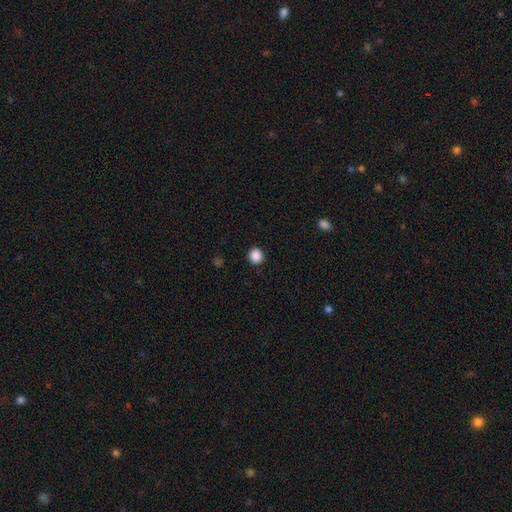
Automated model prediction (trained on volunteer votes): Smooth or featured? Predicted: smooth (p=0.88). How rounded? Predicted: round (p=0.93). Merging? Predicted: none (p=0.92).